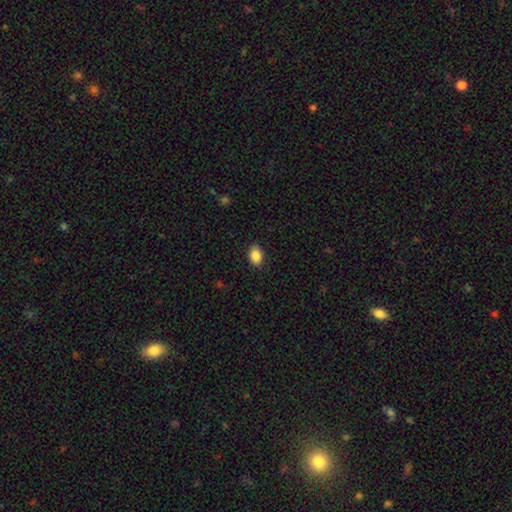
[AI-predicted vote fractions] A smooth galaxy with no disk features (88%) that is in between round and cigar-shaped (82%). Merging: none (88%).